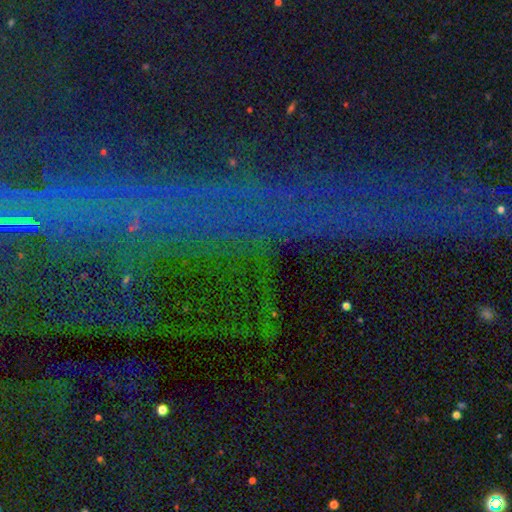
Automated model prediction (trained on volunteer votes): smooth_or_featured: star or artifact (p=0.80) [alt: featured or disk p=0.11]